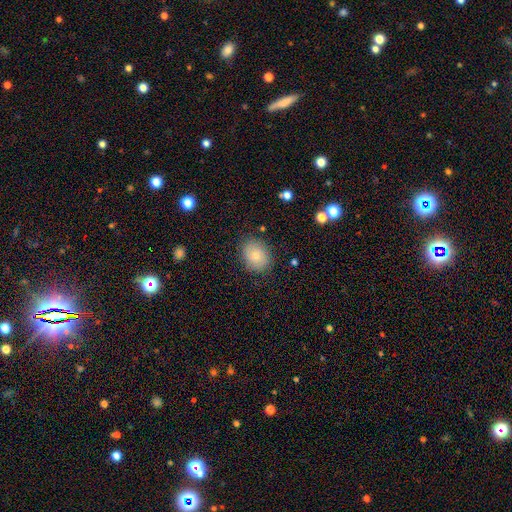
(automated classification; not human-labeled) Smooth or featured? smooth (65%)
How rounded? round (55%)
Merging? none (83%)